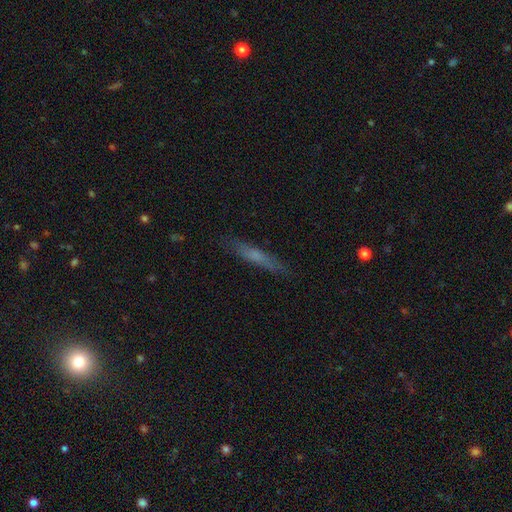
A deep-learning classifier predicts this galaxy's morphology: smooth 54%, featured or disk 37%, star or artifact 9%. Down the decision tree: how rounded — cigar-shaped (90%); merging — none (84%).